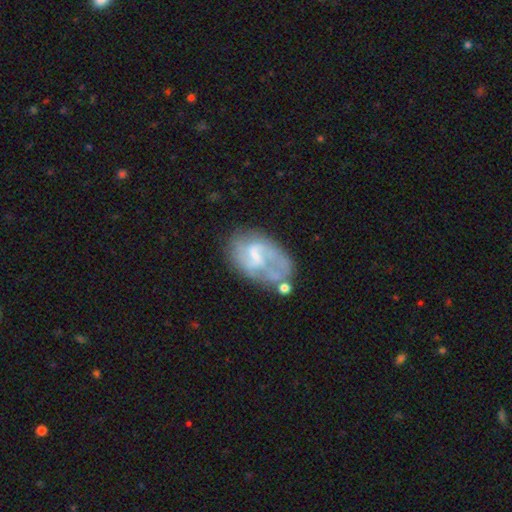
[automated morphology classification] A featured or disk galaxy (67%) with a weak bar (52%), spiral arms (68%) and a small central bulge (39%).

Vote fractions:
- Smooth or featured? featured or disk: 67% / smooth: 25% / star or artifact: 7%
- Edge-on disk? no: 97% / yes: 3%
- Bar? weak: 52% / no: 32% / strong: 16%
- Spiral arms? yes: 68% / no: 32%
- Bulge size? small: 39% / none: 32% / moderate: 25% / large: 3% / dominant: 1%
- Merging? none: 40% / minor disturbance: 24% / major disturbance: 24% / merger: 12%